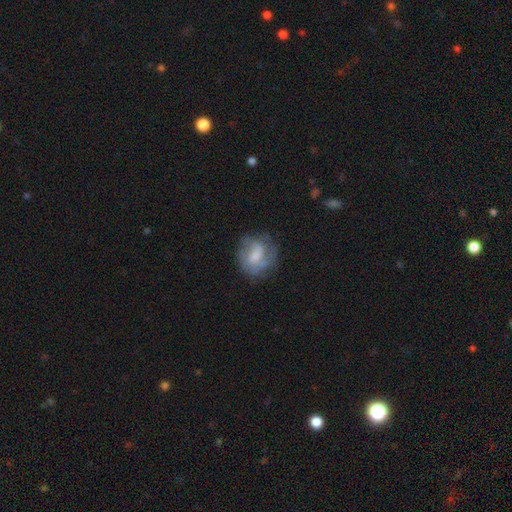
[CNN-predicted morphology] A featured or disk galaxy (49%). Merging: none (59%).